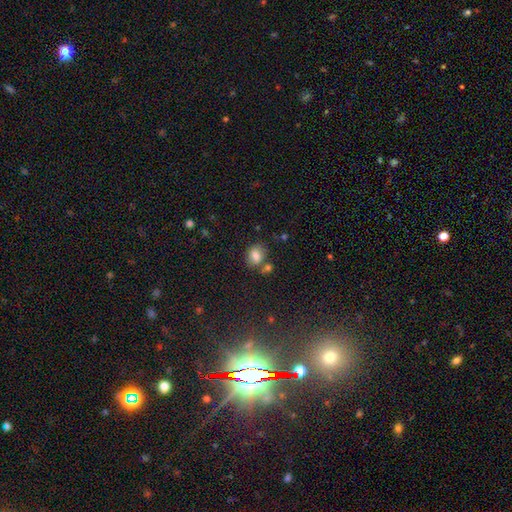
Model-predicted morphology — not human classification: A smooth galaxy with no disk features (80%) that is in between round and cigar-shaped (57%).

Vote fractions:
- Smooth or featured? smooth: 80% / star or artifact: 10% / featured or disk: 10%
- How rounded? in between: 57% / round: 42% / cigar-shaped: 1%
- Merging? none: 64% / merger: 17% / minor disturbance: 15% / major disturbance: 4%